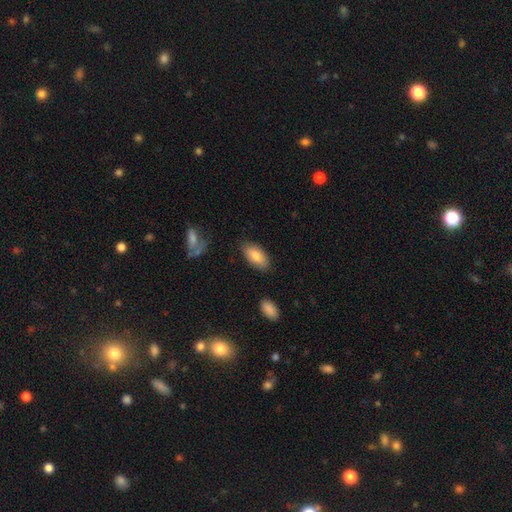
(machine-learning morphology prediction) Q: Smooth or featured?
A: smooth (81%); runner-up: featured or disk (13%)
Q: How rounded?
A: in between (92%); runner-up: cigar-shaped (6%)
Q: Merging?
A: none (82%); runner-up: minor disturbance (13%)